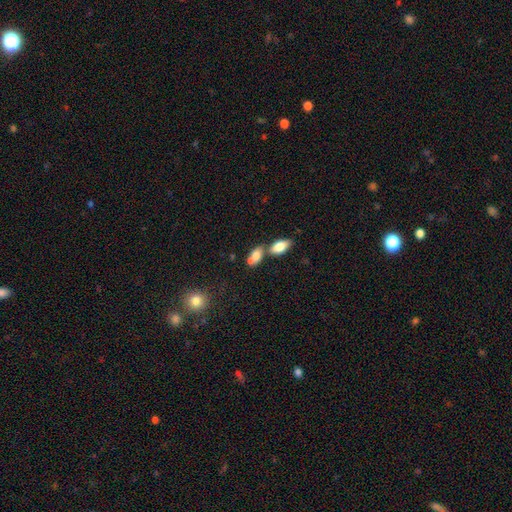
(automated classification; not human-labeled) Overall: smooth (77%). How rounded: in between (85%). Merging: merger (48%; none 35%).